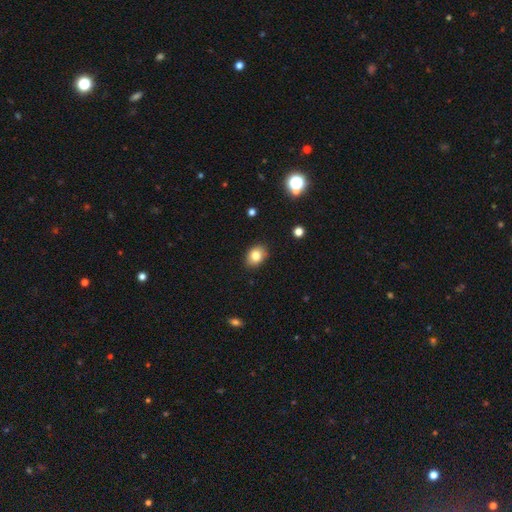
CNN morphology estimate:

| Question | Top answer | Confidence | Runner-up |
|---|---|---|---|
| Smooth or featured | smooth | 82% | star or artifact (10%) |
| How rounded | in between | 67% | round (32%) |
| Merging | none | 87% | minor disturbance (10%) |